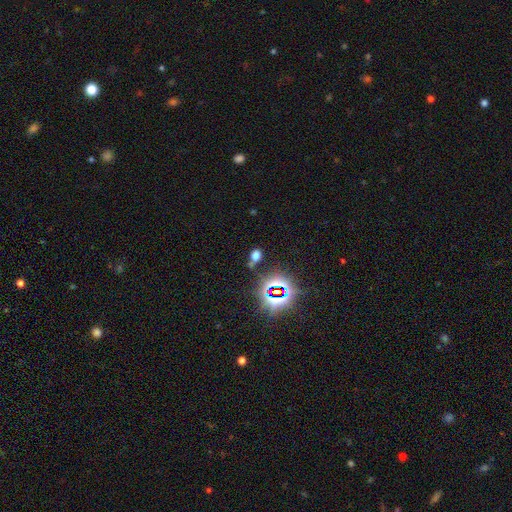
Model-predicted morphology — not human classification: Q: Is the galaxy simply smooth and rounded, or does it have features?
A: smooth — 52%.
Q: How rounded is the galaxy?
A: in between — 70%.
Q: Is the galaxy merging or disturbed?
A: none — 67%.